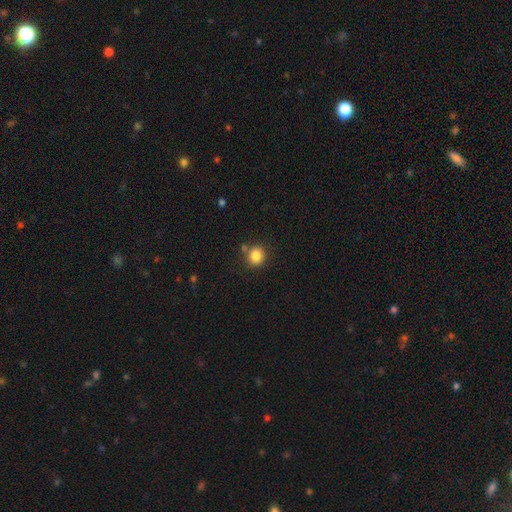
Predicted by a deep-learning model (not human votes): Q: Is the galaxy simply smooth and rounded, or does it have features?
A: smooth — 85%.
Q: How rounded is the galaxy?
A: round — 80%.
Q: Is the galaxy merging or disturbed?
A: none — 74%.